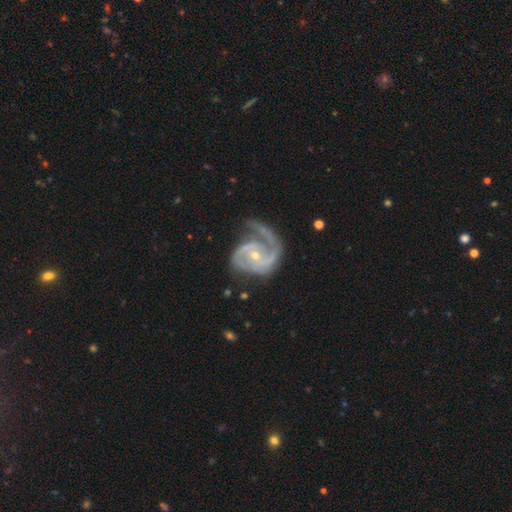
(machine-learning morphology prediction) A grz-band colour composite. It shows a featured or disk galaxy (91%) with no bar (60%), 2 (66%) medium (51%) spiral arms (98%) and a small central bulge (66%). Merging: none (51%).